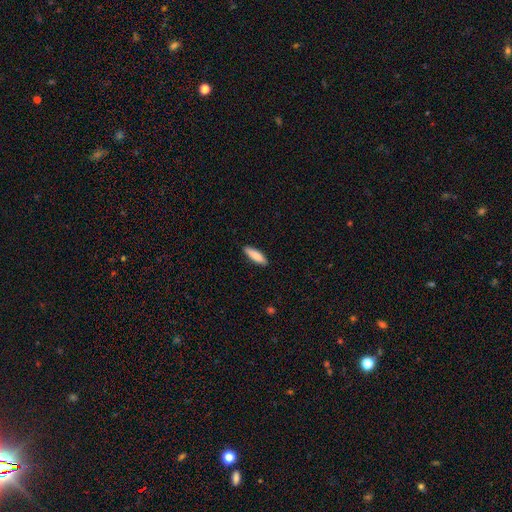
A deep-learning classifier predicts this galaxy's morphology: Smooth or featured: smooth — 86% (featured or disk — 9%)
How rounded: cigar-shaped — 60% (in between — 38%)
Merging: none — 88% (minor disturbance — 9%)